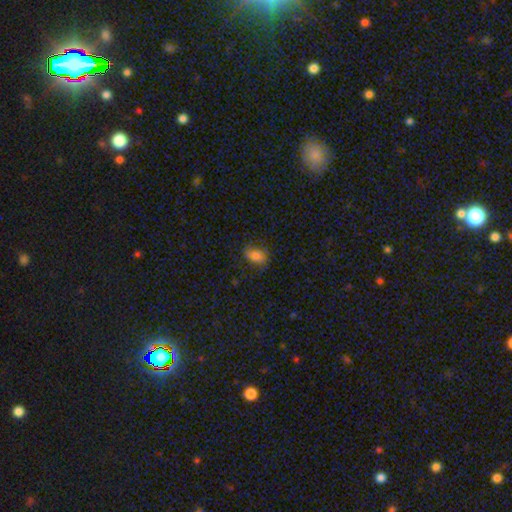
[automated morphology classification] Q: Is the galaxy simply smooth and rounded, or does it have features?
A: smooth — 81%.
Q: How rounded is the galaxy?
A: in between — 83%.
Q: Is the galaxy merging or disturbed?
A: none — 73%.